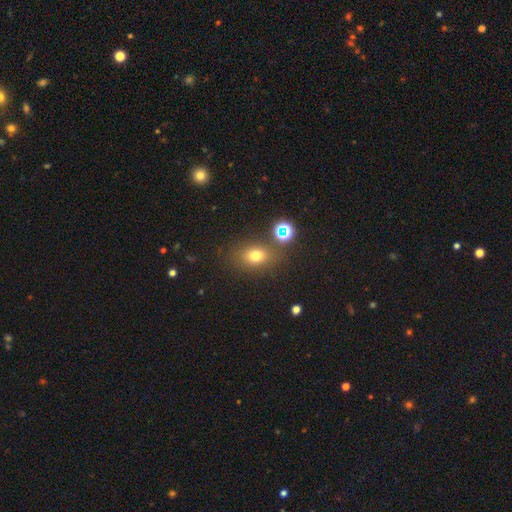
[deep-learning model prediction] smooth_or_featured: smooth (p=0.70) [alt: star or artifact p=0.20]
how_rounded: in between (p=0.58) [alt: round p=0.40]
merging: none (p=0.76) [alt: minor disturbance p=0.12]